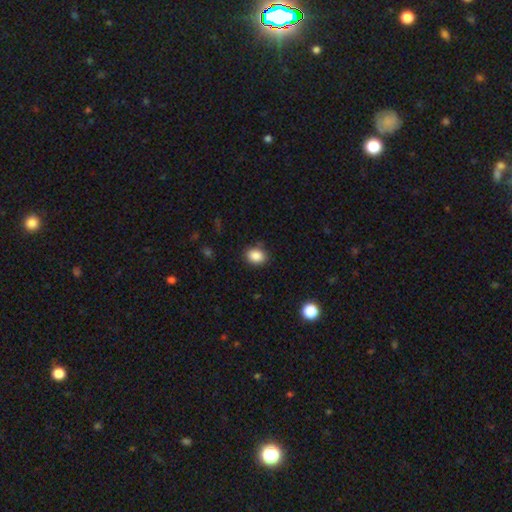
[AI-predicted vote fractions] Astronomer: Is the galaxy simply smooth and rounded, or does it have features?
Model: smooth — 87%.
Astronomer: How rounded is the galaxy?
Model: in between — 65%.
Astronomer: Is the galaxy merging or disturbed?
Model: none — 84%.